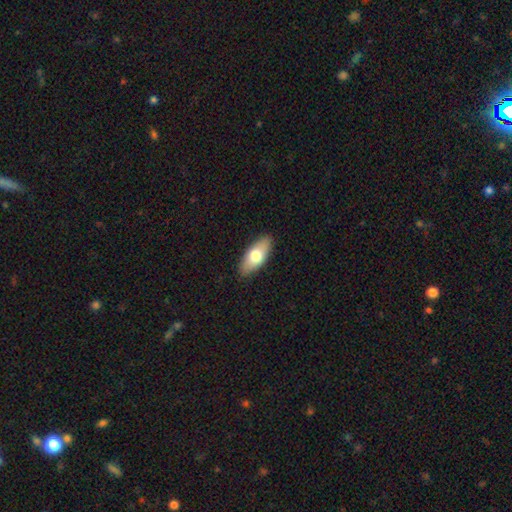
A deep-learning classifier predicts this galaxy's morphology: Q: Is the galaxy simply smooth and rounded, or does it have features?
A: smooth — 70%.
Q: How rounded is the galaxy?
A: in between — 83%.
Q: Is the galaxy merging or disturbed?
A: none — 88%.